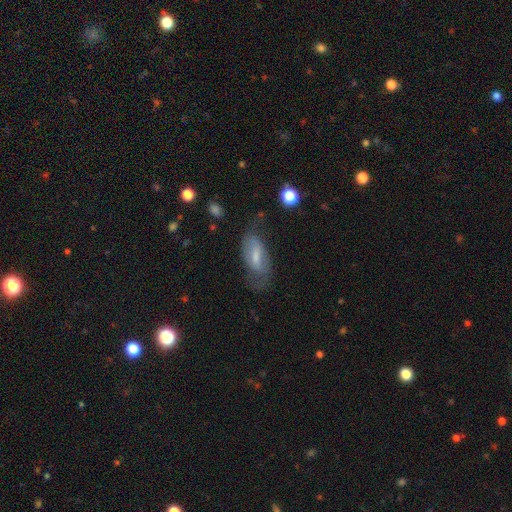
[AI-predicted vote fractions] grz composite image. It shows a smooth galaxy with no disk features (47%). Merging: none (56%).